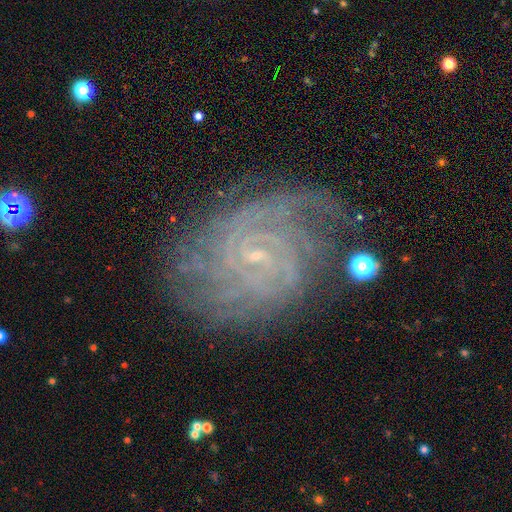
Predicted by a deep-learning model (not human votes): smooth_or_featured: featured or disk (p=0.86) [alt: star or artifact p=0.08]
disk_edge_on: no (p=0.97) [alt: yes p=0.03]
bar: no (p=0.50) [alt: weak p=0.39]
has_spiral_arms: yes (p=0.97) [alt: no p=0.03]
spiral_winding: tight (p=0.74) [alt: medium p=0.21]
spiral_arm_count: can't tell (p=0.28) [alt: 4 p=0.19]
bulge_size: small (p=0.87) [alt: moderate p=0.06]
merging: none (p=0.74) [alt: minor disturbance p=0.17]